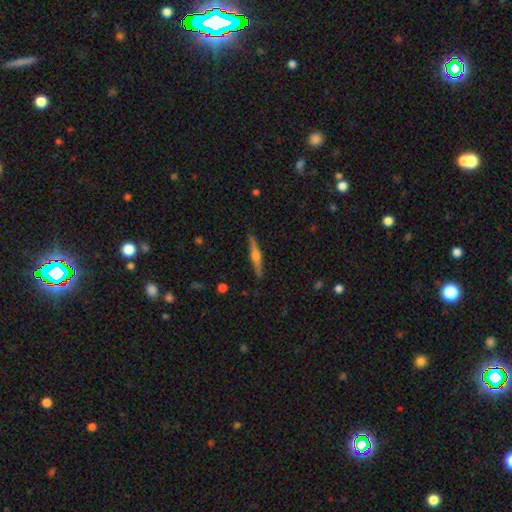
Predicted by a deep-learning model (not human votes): smooth_or_featured: featured or disk (p=0.66) [alt: smooth p=0.28]
disk_edge_on: yes (p=0.98) [alt: no p=0.02]
edge_on_bulge: rounded (p=0.85) [alt: boxy p=0.09]
merging: none (p=0.90) [alt: minor disturbance p=0.07]